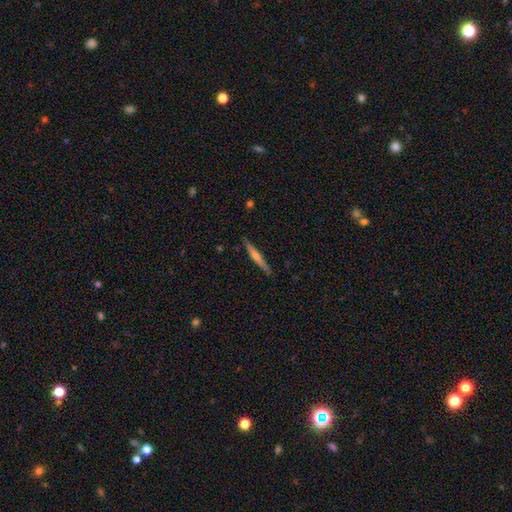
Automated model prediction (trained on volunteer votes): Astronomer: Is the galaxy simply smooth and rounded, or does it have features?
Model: featured or disk — 54% (runner-up: smooth, 40%).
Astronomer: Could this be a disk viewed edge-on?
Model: yes — 97%.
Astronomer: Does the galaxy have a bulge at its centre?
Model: rounded — 68%.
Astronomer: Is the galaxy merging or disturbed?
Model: none — 89%.